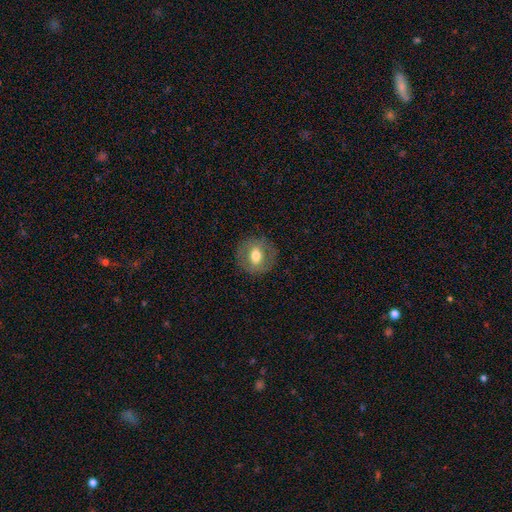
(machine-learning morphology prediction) Overall: smooth (55%; featured or disk 36%). How rounded: round (78%). Merging: none (84%).